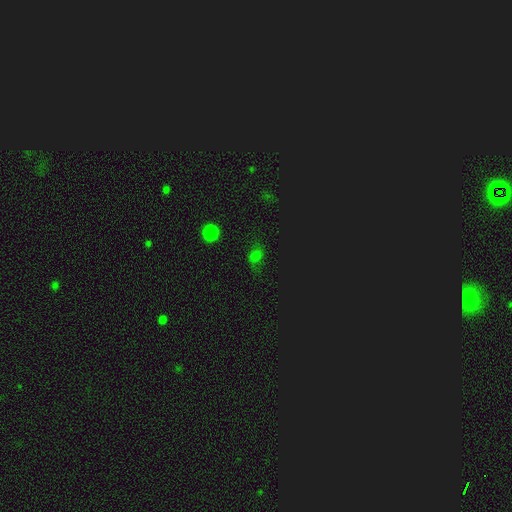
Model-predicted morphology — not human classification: This appears to be a smooth galaxy with no disk features (54%) that is in between round and cigar-shaped (56%). Merging: none (62%).